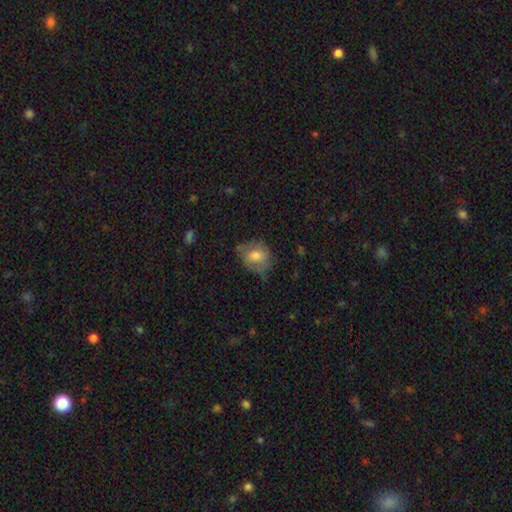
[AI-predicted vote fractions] Smooth or featured? smooth (65%)
How rounded? in between (51%)
Merging? none (61%)